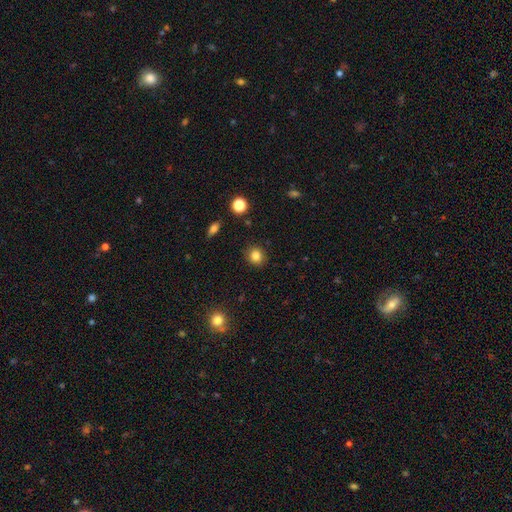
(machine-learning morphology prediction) smooth-or-featured: smooth: 84% | star or artifact: 11% | featured or disk: 5%
  how-rounded: round: 81% | in between: 18% | cigar-shaped: 1%
  merging: none: 88% | minor disturbance: 8% | major disturbance: 2% | merger: 1%